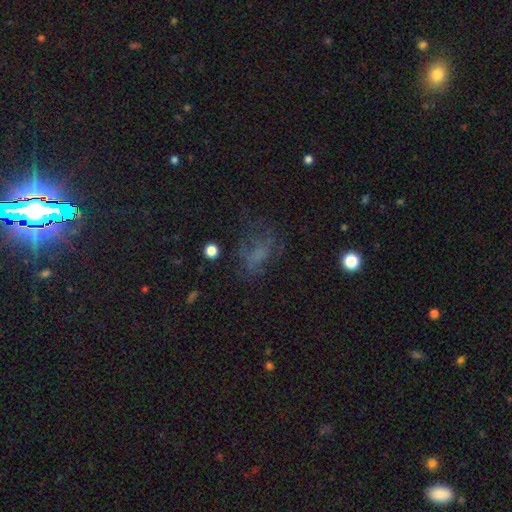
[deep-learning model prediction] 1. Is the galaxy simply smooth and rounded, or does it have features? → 44% smooth, 29% featured or disk, 26% star or artifact.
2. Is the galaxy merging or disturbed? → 47% none, 29% major disturbance, 21% minor disturbance, 3% merger.